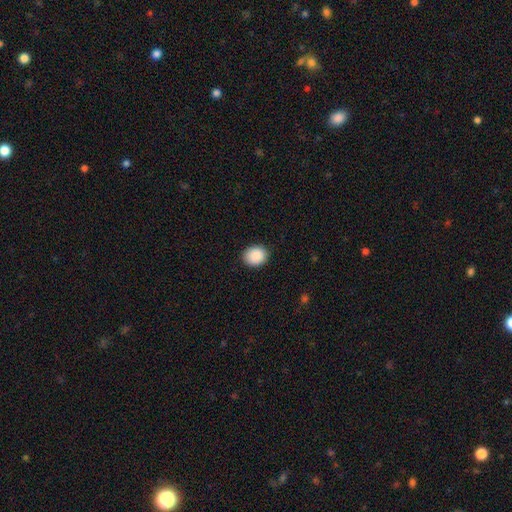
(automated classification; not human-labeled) smooth_or_featured: smooth (p=0.90) [alt: star or artifact p=0.08]
how_rounded: round (p=0.65) [alt: in between p=0.34]
merging: none (p=0.89) [alt: minor disturbance p=0.08]